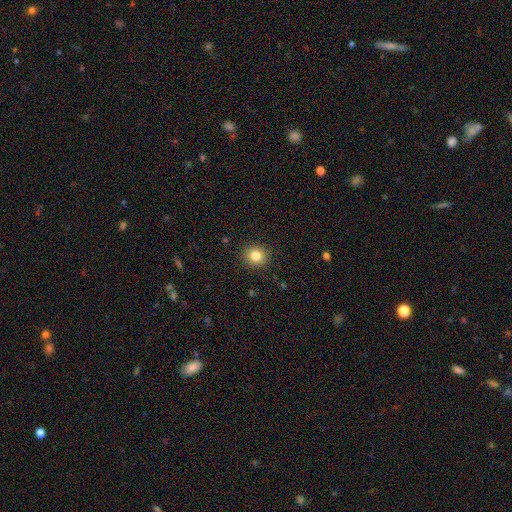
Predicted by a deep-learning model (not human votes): smooth-or-featured: smooth: 83% | star or artifact: 11% | featured or disk: 7%
  how-rounded: round: 86% | in between: 13% | cigar-shaped: 1%
  merging: none: 90% | minor disturbance: 7% | major disturbance: 2% | merger: 1%